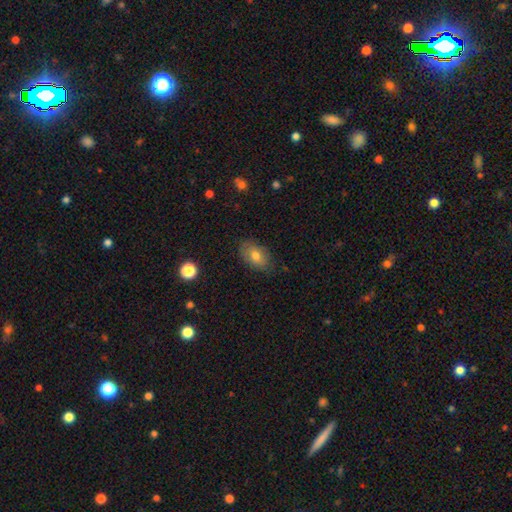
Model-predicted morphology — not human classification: Smooth or featured: smooth — 74% (featured or disk — 18%)
How rounded: in between — 89% (round — 10%)
Merging: none — 79% (minor disturbance — 16%)